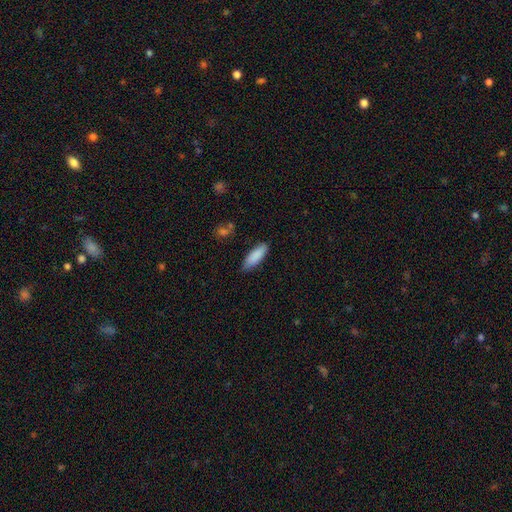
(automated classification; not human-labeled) Smooth or featured?
  - smooth: 88% *
  - star or artifact: 6%
  - featured or disk: 6%
How rounded?
  - in between: 60% *
  - cigar-shaped: 38%
  - round: 1%
Merging?
  - none: 82% *
  - minor disturbance: 14%
  - major disturbance: 2%
  - merger: 1%